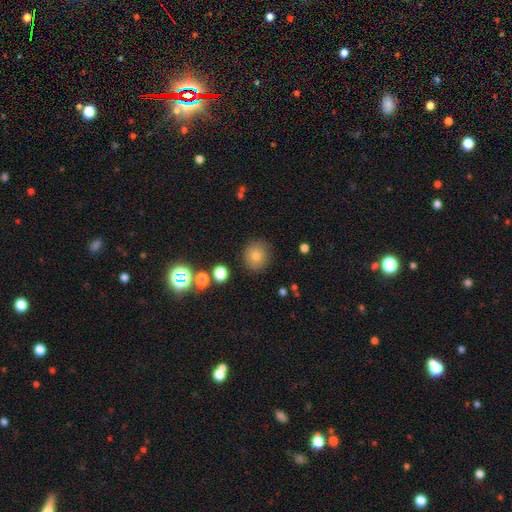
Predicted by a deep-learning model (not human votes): Smooth or featured: smooth — 74% (star or artifact — 15%)
How rounded: round — 90% (in between — 9%)
Merging: none — 87% (minor disturbance — 8%)